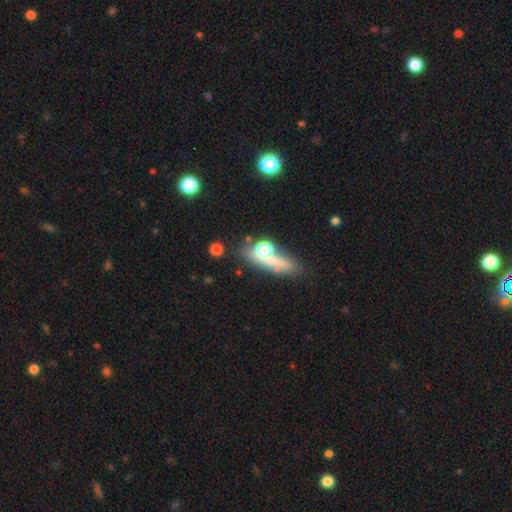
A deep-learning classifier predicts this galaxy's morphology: Overall: smooth (61%; featured or disk 25%). How rounded: in between (42%; round 32%). Merging: none (36%; merger 27%).